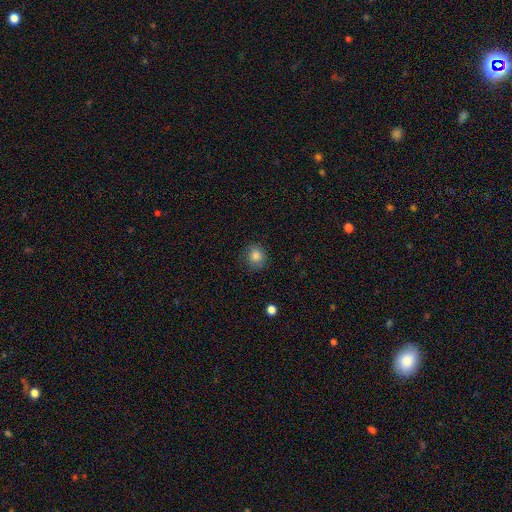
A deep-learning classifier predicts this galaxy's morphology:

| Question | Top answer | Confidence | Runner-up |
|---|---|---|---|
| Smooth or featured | smooth | 84% | star or artifact (11%) |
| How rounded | round | 86% | in between (13%) |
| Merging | none | 83% | minor disturbance (12%) |